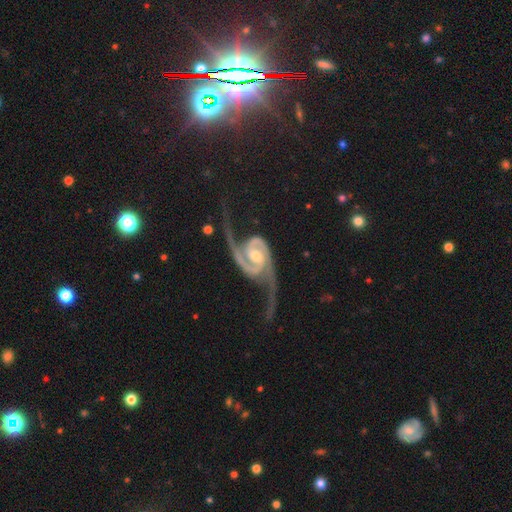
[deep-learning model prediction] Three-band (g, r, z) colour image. It shows a featured or disk galaxy (94%) with no bar (41%), 2 (93%) loose (46%) spiral arms (98%) and a moderate central bulge (69%). Merging: none (54%).